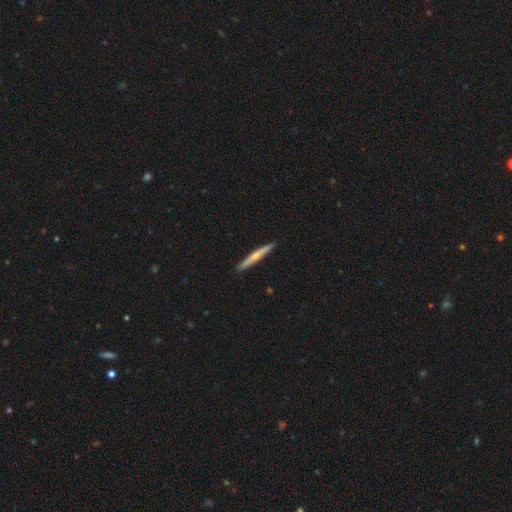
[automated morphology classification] Smooth or featured?
  - featured or disk: 51% *
  - smooth: 44%
  - star or artifact: 5%
Edge-on disk?
  - yes: 97% *
  - no: 3%
Merging?
  - none: 92% *
  - minor disturbance: 6%
  - major disturbance: 1%
  - merger: 1%